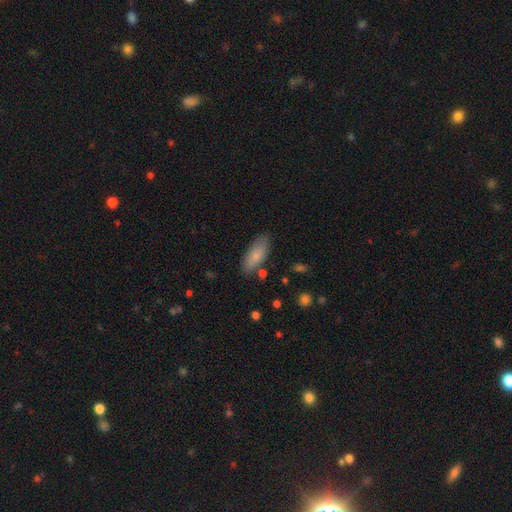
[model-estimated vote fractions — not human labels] This is clearly a smooth galaxy (80%). How rounded: clearly in between (82%). Merging: likely none (77%).